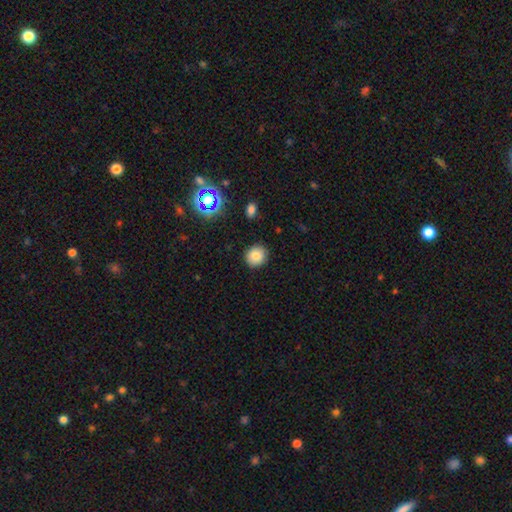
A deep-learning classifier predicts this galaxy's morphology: type=smooth (81%); roundness=round (86%); merging=none (89%).